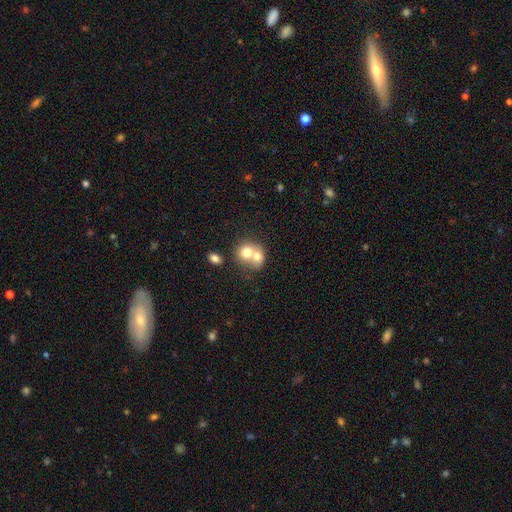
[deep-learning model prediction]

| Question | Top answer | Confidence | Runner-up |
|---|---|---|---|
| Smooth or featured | smooth | 66% | featured or disk (24%) |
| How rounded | round | 70% | in between (29%) |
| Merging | merger | 69% | none (23%) |